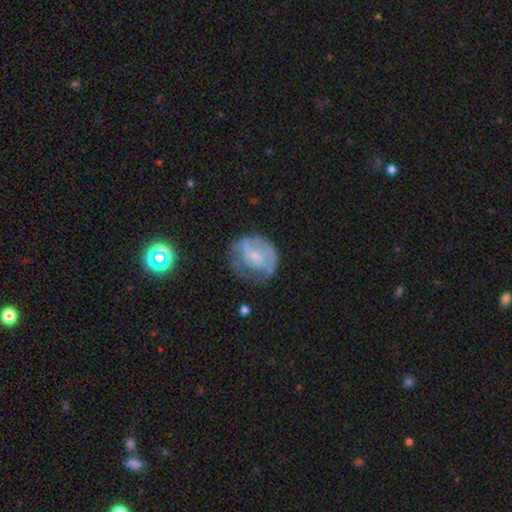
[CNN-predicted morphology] Smooth or featured? featured or disk (56%)
Edge-on disk? no (97%)
Bar? no (58%)
Spiral arms? yes (63%)
Bulge size? small (50%)
Merging? none (47%)